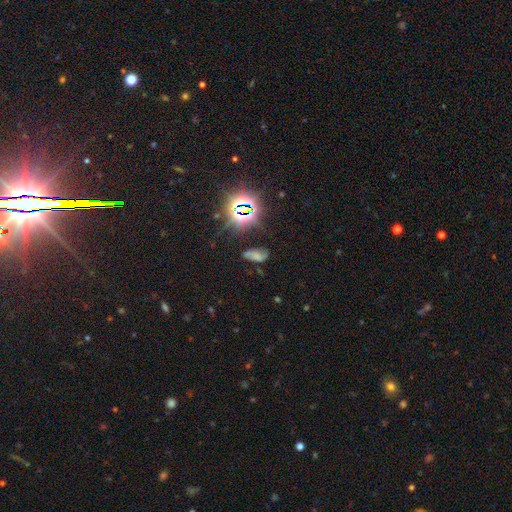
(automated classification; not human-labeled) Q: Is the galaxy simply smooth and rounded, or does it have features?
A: smooth — 40%.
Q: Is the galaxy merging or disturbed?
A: none — 52%.